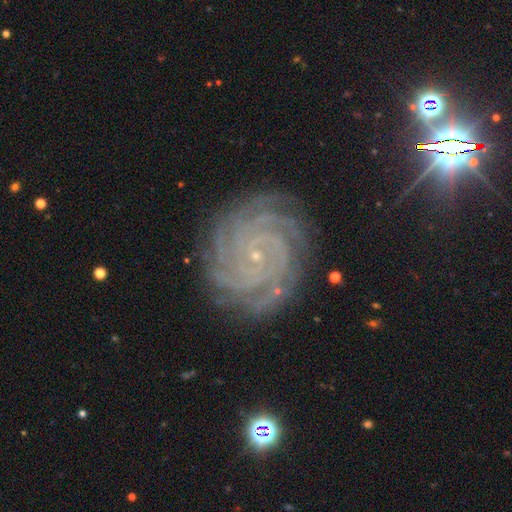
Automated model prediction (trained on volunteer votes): Smooth or featured: featured or disk — 87% (star or artifact — 9%)
Edge-on disk: no — 98% (yes — 2%)
Bar: no — 74% (weak — 17%)
Spiral arms: yes — 99% (no — 1%)
Spiral winding: tight — 85% (medium — 13%)
Spiral arm count: more than 4 — 27% (4 — 25%)
Bulge size: small — 89% (moderate — 6%)
Merging: none — 83% (minor disturbance — 12%)